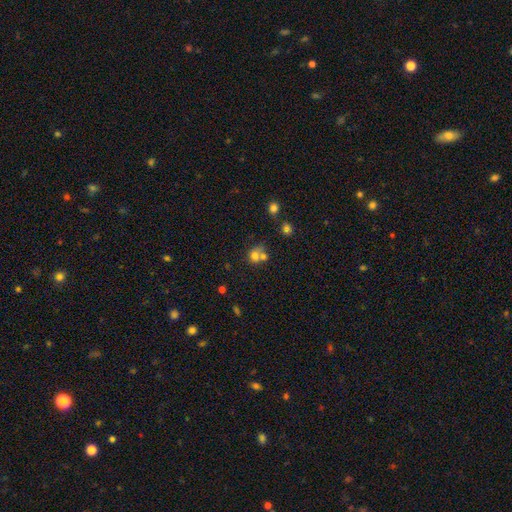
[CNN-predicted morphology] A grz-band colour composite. It shows a smooth galaxy with no disk features (68%) that is round (68%). Merging: merger (51%).